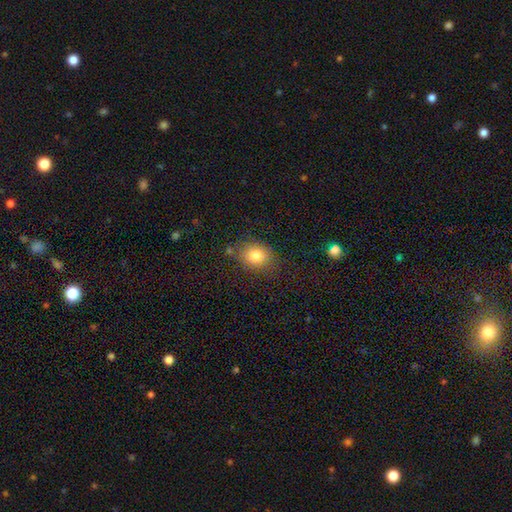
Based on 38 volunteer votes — A smooth galaxy with no disk features (89%) that is in between round and cigar-shaped (53%).

Vote fractions:
- Smooth or featured? smooth: 89% / star or artifact: 8% / featured or disk: 3%
- How rounded? in between: 53% / round: 47% / cigar-shaped: 0%
- Merging? none: 71% / minor disturbance: 17% / major disturbance: 9% / merger: 3%